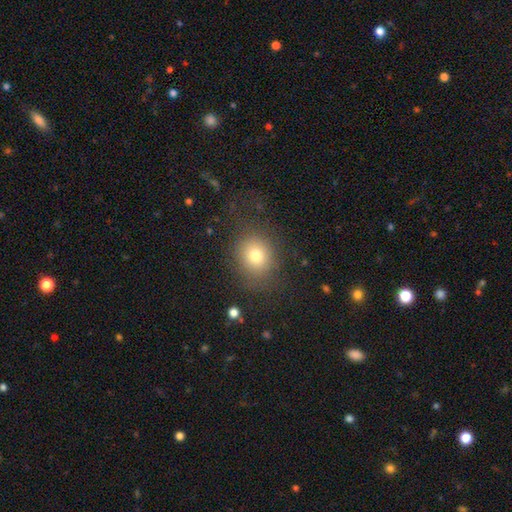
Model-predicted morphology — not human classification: Smooth or featured? Predicted: smooth (p=0.75). How rounded? Predicted: round (p=0.73). Merging? Predicted: none (p=0.75).